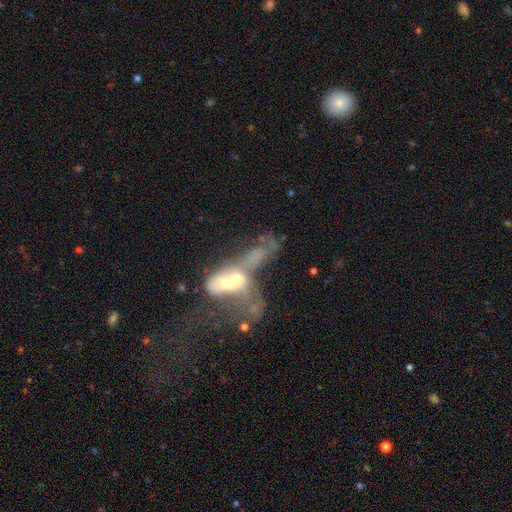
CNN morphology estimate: Smooth or featured? Predicted: featured or disk (p=0.56). Edge-on disk? Predicted: no (p=0.91). Bar? Predicted: no (p=0.80). Spiral arms? Predicted: no (p=0.76). Bulge size? Predicted: moderate (p=0.52). Merging? Predicted: merger (p=0.75).